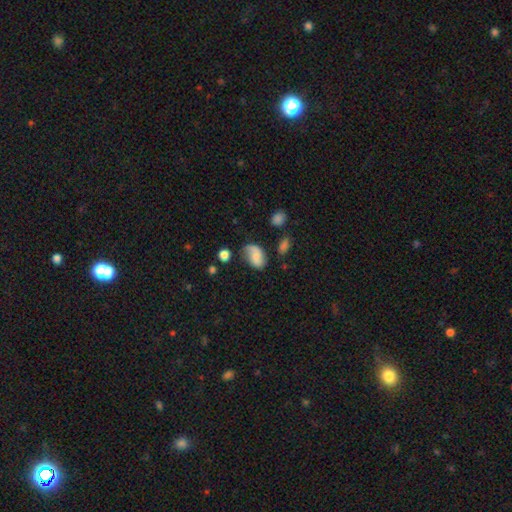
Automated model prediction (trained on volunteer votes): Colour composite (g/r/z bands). It shows a smooth galaxy with no disk features (50%) that is in between round and cigar-shaped (84%). Merging: none (52%).